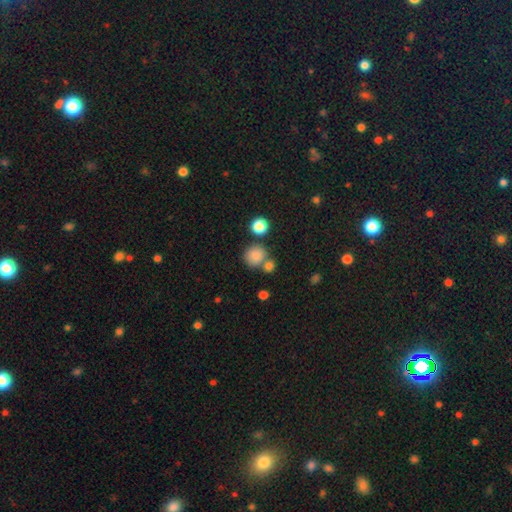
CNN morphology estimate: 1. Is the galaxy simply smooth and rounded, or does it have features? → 82% smooth, 11% star or artifact, 7% featured or disk.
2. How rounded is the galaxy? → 87% round, 12% in between, 1% cigar-shaped.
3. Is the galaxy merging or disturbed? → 62% none, 24% merger, 10% minor disturbance, 4% major disturbance.